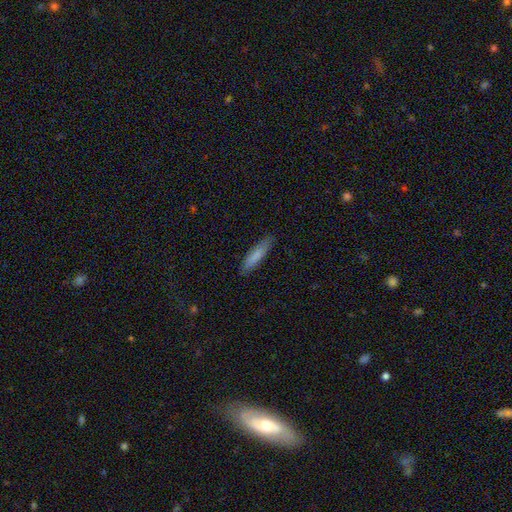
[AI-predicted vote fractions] A smooth galaxy with no disk features (81%) that is cigar-shaped (80%).

Vote fractions:
- Smooth or featured? smooth: 81% / featured or disk: 13% / star or artifact: 6%
- How rounded? cigar-shaped: 80% / in between: 19% / round: 1%
- Merging? none: 87% / minor disturbance: 10% / major disturbance: 2% / merger: 1%